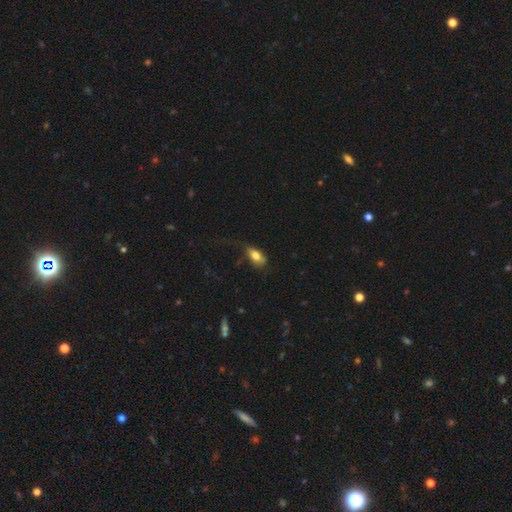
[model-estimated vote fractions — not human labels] Q: Smooth or featured?
A: smooth (77%); runner-up: featured or disk (15%)
Q: How rounded?
A: in between (88%); runner-up: cigar-shaped (7%)
Q: Merging?
A: none (47%); runner-up: minor disturbance (29%)